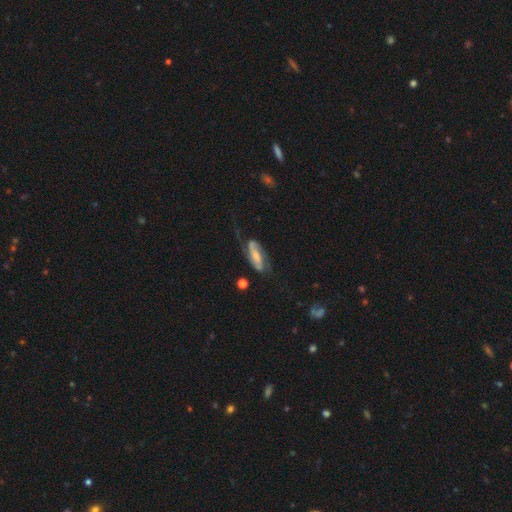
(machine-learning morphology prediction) Smooth or featured?
  - featured or disk: 70% *
  - smooth: 24%
  - star or artifact: 6%
Edge-on disk?
  - no: 90% *
  - yes: 10%
Bar?
  - no: 35% *
  - weak: 34%
  - strong: 32%
Spiral arms?
  - yes: 91% *
  - no: 9%
Spiral winding?
  - medium: 42% *
  - loose: 35%
  - tight: 24%
Spiral arm count?
  - 2: 81% *
  - 1: 8%
  - can't tell: 8%
  - 3: 1%
  - 4: 1%
  - more than 4: 1%
Bulge size?
  - small: 42% *
  - moderate: 32%
  - none: 14%
  - large: 9%
  - dominant: 3%
Merging?
  - none: 51% *
  - major disturbance: 23%
  - minor disturbance: 22%
  - merger: 3%